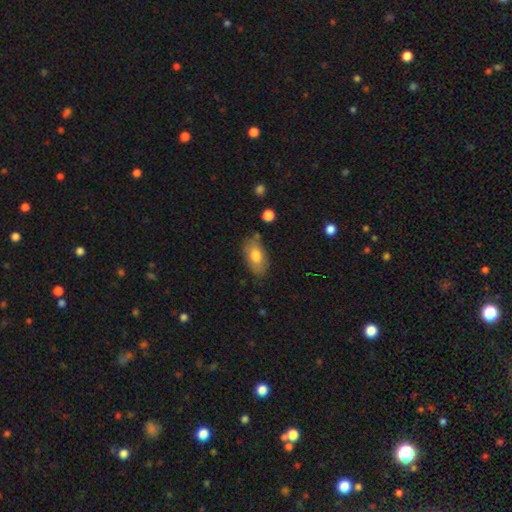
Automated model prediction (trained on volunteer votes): The model was most divided on "smooth or featured": smooth: 74%, featured or disk: 19%, star or artifact: 7%. More confident: how rounded — in between (91%); merging — none (75%).